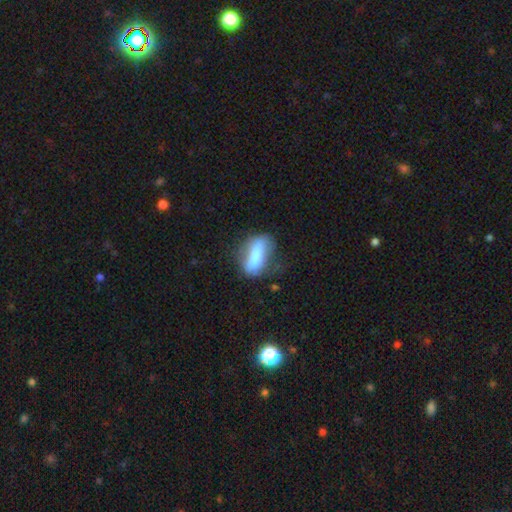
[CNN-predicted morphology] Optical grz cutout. It shows a smooth galaxy with no disk features (63%) that is in between round and cigar-shaped (55%). Merging: none (54%).